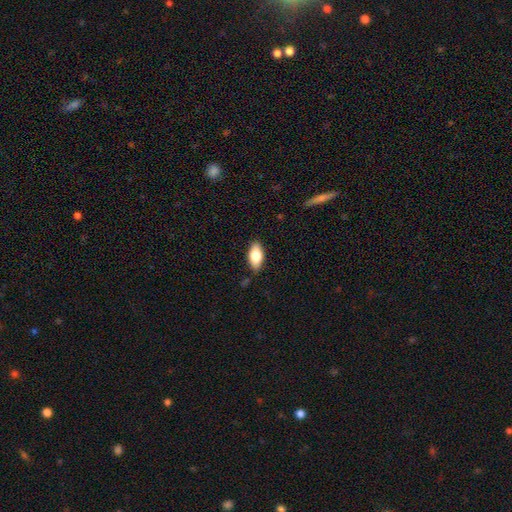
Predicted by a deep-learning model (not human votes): The model was most divided on "smooth or featured": smooth: 73%, featured or disk: 20%, star or artifact: 7%. More confident: how rounded — in between (87%); merging — none (85%).